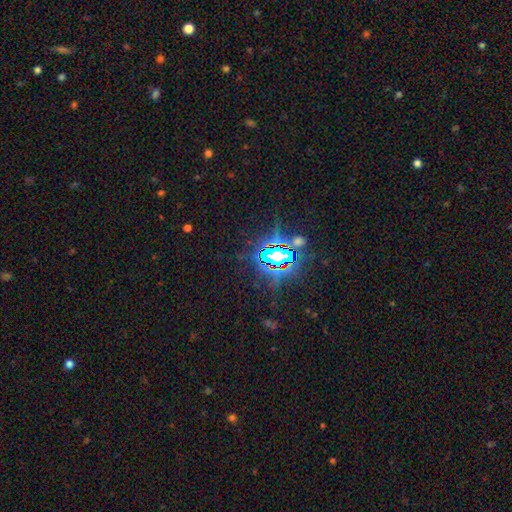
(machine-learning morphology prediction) Smooth or featured: star or artifact — 83% (smooth — 9%)